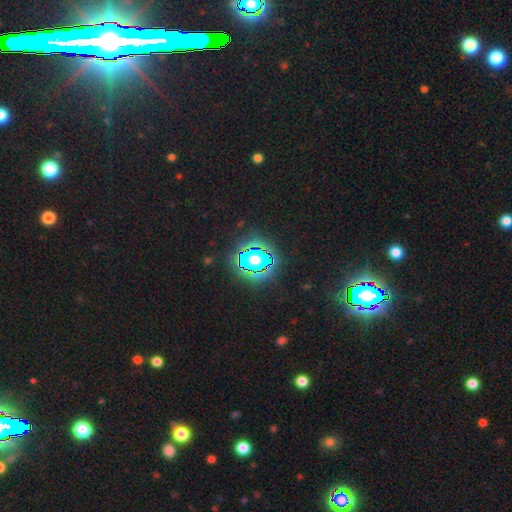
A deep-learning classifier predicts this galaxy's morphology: Smooth or featured?
  - star or artifact: 74% *
  - smooth: 17%
  - featured or disk: 9%